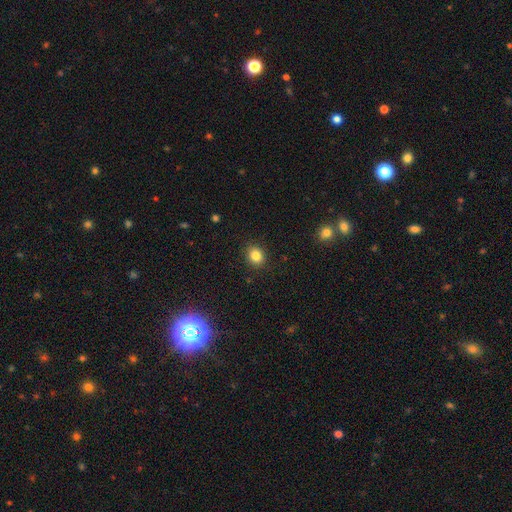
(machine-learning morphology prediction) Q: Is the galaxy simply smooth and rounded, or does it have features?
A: smooth — 84%.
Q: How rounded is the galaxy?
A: round — 69%.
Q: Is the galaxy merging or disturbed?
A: none — 89%.